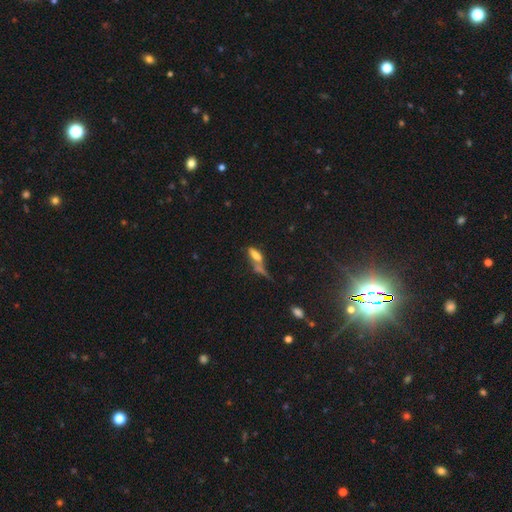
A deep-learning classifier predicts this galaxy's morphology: A smooth galaxy with no disk features (61%) that is in between round and cigar-shaped (61%).

Vote fractions:
- Smooth or featured? smooth: 61% / featured or disk: 25% / star or artifact: 14%
- How rounded? in between: 61% / cigar-shaped: 35% / round: 5%
- Merging? merger: 38% / none: 31% / minor disturbance: 16% / major disturbance: 15%